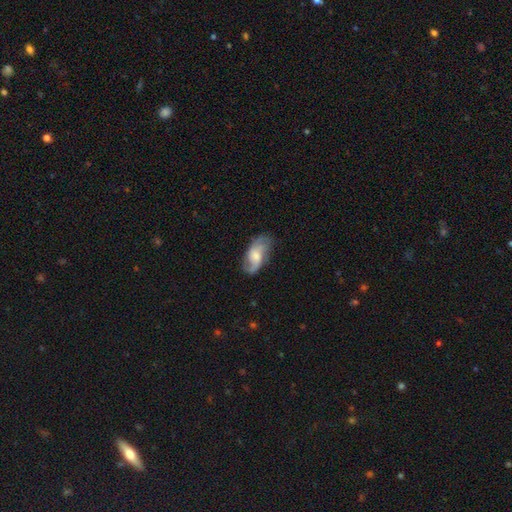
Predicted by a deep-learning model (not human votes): Smooth or featured?
  - featured or disk: 69% *
  - smooth: 25%
  - star or artifact: 6%
Edge-on disk?
  - no: 95% *
  - yes: 5%
Bar?
  - no: 51% *
  - weak: 41%
  - strong: 9%
Spiral arms?
  - yes: 92% *
  - no: 8%
Spiral winding?
  - medium: 43% *
  - loose: 39%
  - tight: 17%
Spiral arm count?
  - 2: 68% *
  - can't tell: 12%
  - 3: 10%
  - 1: 5%
  - 4: 2%
  - more than 4: 2%
Bulge size?
  - moderate: 44% *
  - small: 29%
  - large: 13%
  - none: 12%
  - dominant: 2%
Merging?
  - none: 68% *
  - minor disturbance: 21%
  - major disturbance: 10%
  - merger: 2%